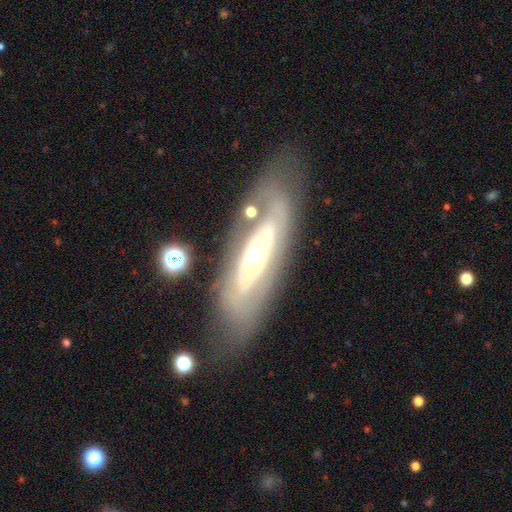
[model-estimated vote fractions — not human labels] smooth_or_featured: featured or disk (p=0.74) [alt: smooth p=0.20]
disk_edge_on: no (p=0.81) [alt: yes p=0.19]
bar: no (p=0.74) [alt: weak p=0.15]
has_spiral_arms: no (p=0.59) [alt: yes p=0.41]
bulge_size: moderate (p=0.56) [alt: small p=0.33]
merging: none (p=0.75) [alt: minor disturbance p=0.14]